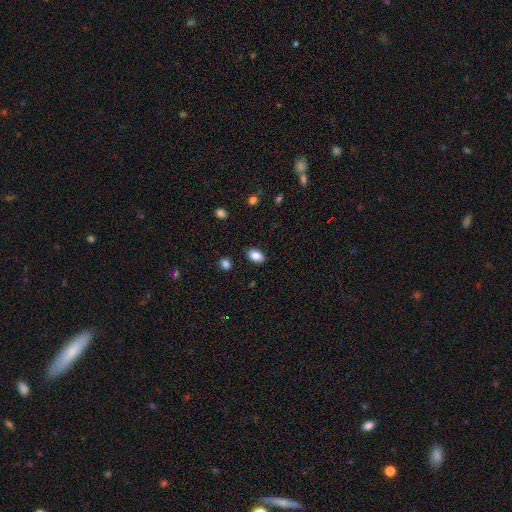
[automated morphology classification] The model was most divided on "smooth or featured": smooth: 86%, star or artifact: 8%, featured or disk: 6%. More confident: how rounded — in between (90%); merging — none (87%).